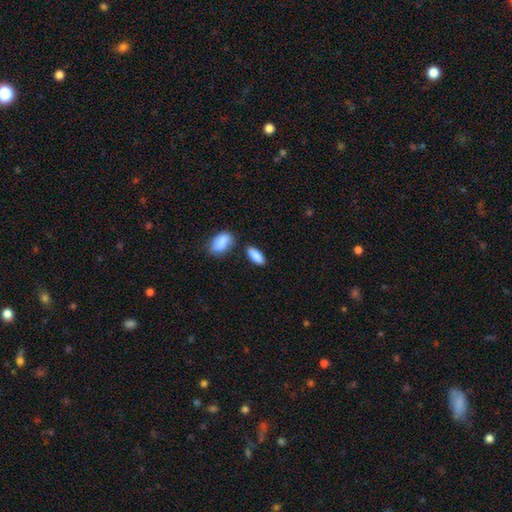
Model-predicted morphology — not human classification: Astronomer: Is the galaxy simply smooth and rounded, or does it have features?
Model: smooth — 85%.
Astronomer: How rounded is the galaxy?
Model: in between — 78%.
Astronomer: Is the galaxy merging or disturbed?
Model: none — 76%.